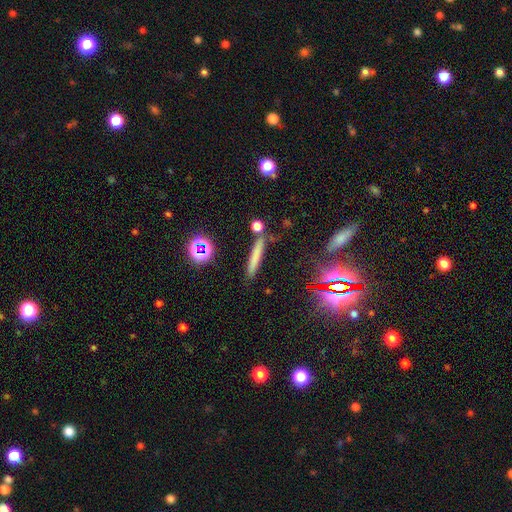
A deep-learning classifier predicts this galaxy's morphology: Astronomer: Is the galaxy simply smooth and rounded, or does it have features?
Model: smooth — 66%.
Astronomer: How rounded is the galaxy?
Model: cigar-shaped — 93%.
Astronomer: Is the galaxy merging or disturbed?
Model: none — 82%.